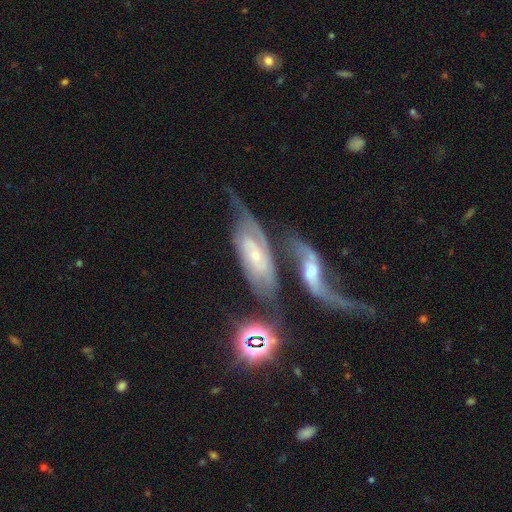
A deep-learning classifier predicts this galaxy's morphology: The model was most divided on "spiral winding": loose: 38%, medium: 35%, tight: 28%. Remaining: edge-on disk — no (88%); spiral arms — yes (88%); smooth or featured — featured or disk (77%); spiral arm count — 2 (64%); bulge size — small (63%); bar — no (52%); merging — merger (45%).